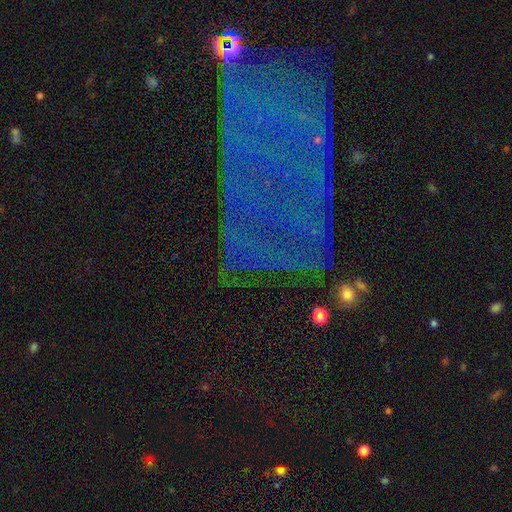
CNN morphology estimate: Q: Smooth or featured?
A: star or artifact (65%); runner-up: featured or disk (20%)